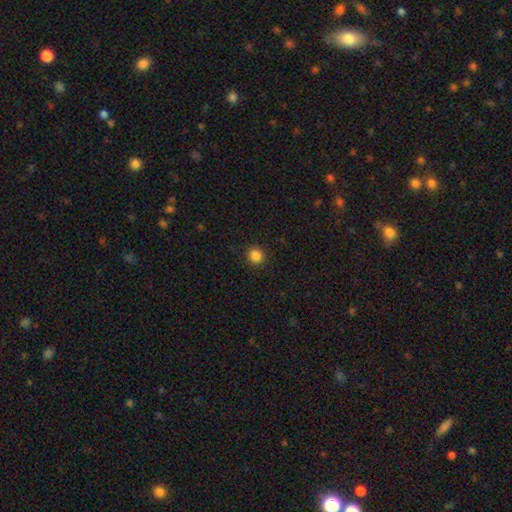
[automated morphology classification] Smooth or featured? Predicted: smooth (p=0.86). How rounded? Predicted: round (p=0.91). Merging? Predicted: none (p=0.92).